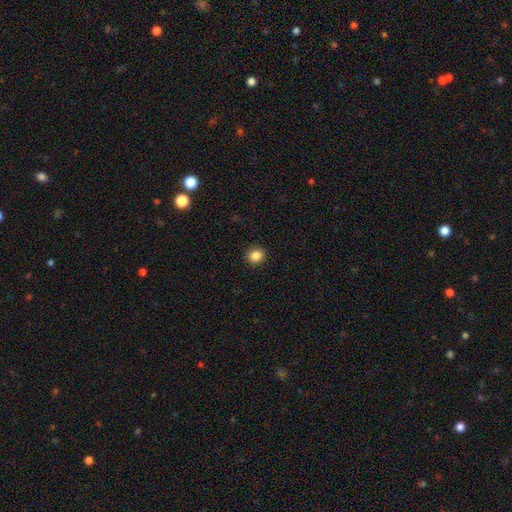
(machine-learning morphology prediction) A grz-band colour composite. It shows a smooth galaxy with no disk features (86%) that is round (85%). Merging: none (92%).